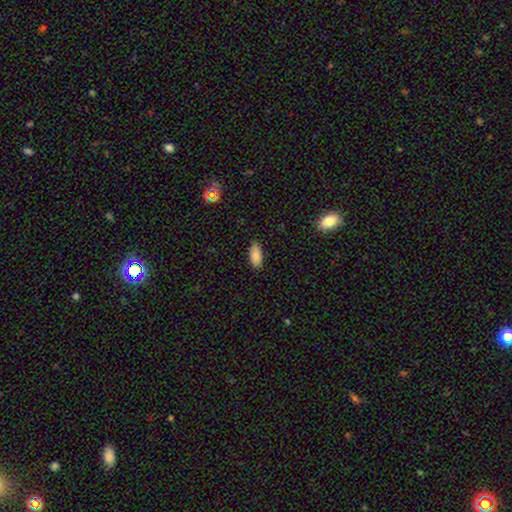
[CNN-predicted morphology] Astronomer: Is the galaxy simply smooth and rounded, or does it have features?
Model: smooth — 86%.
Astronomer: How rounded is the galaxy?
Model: in between — 90%.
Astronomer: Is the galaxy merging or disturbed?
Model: none — 85%.